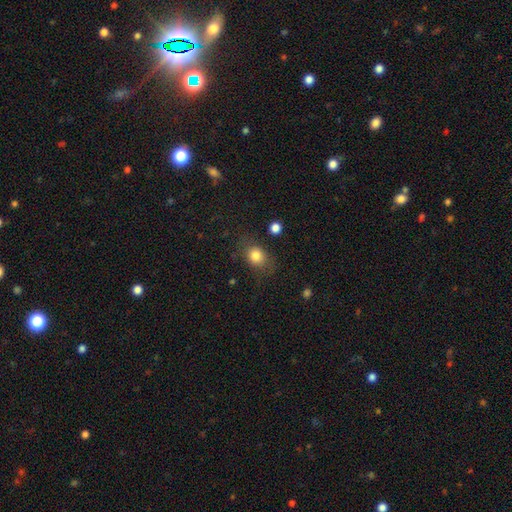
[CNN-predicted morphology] smooth 81%, star or artifact 11%, featured or disk 8%. Down the decision tree: how rounded — round (51%); merging — none (73%).